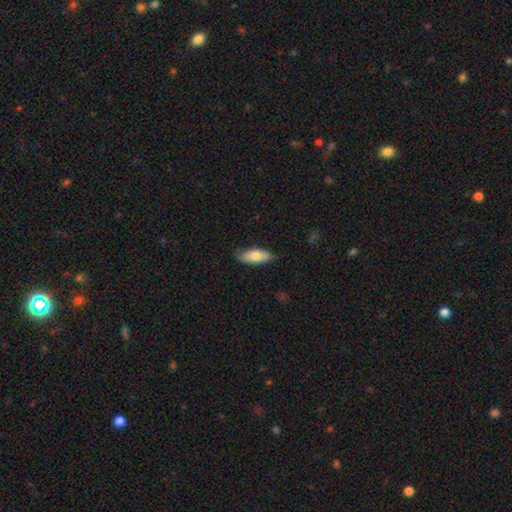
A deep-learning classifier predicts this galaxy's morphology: The model was most divided on "smooth or featured": smooth: 74%, featured or disk: 21%, star or artifact: 6%. More confident: merging — none (76%); how rounded — in between (76%).